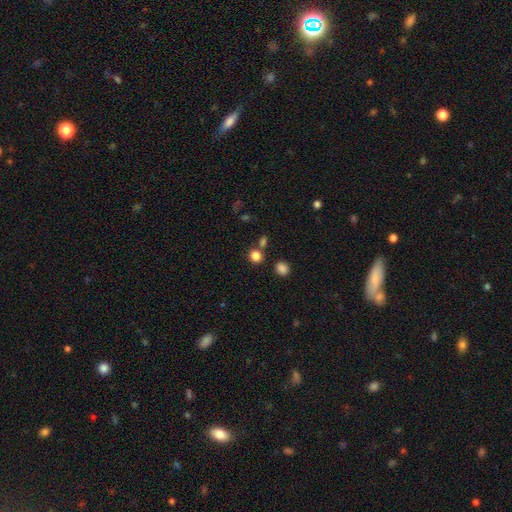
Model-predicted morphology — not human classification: The model was most divided on "merging": none: 72%, merger: 17%, minor disturbance: 8%, major disturbance: 3%. More confident: smooth or featured — smooth (83%); how rounded — round (81%).